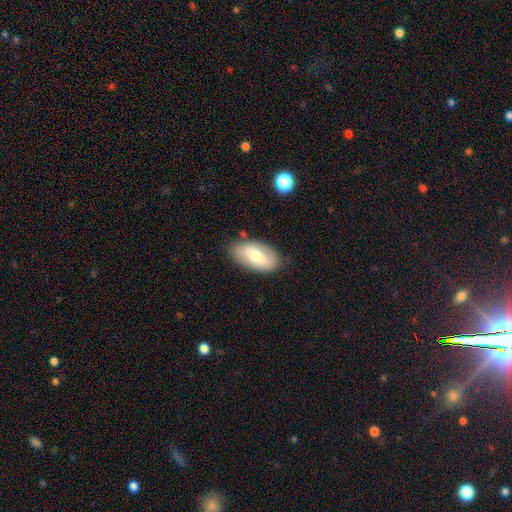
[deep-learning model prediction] Smooth or featured: smooth — 58% (featured or disk — 36%)
How rounded: in between — 93% (round — 4%)
Merging: none — 81% (minor disturbance — 13%)